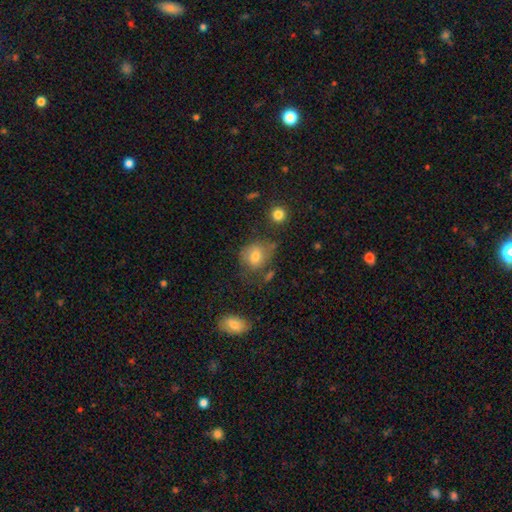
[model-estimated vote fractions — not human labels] A smooth galaxy with no disk features (69%) that is round (61%). Merging: none (55%).